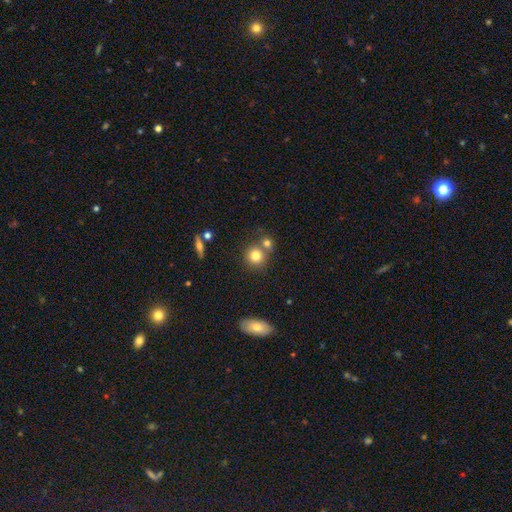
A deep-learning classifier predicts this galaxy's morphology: Smooth or featured? smooth (79%)
How rounded? round (87%)
Merging? none (59%)